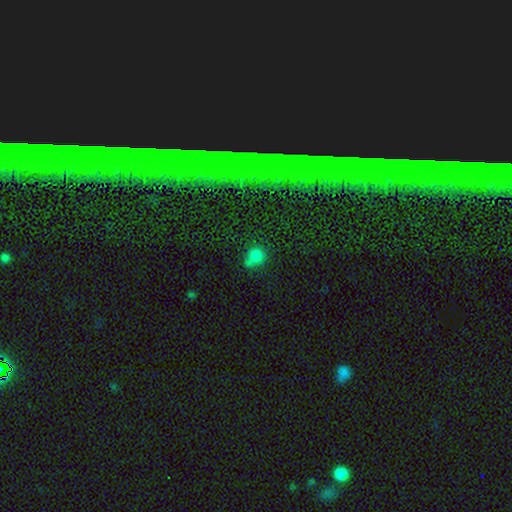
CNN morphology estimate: Smooth or featured? Predicted: smooth (p=0.76). How rounded? Predicted: round (p=0.70). Merging? Predicted: none (p=0.48).